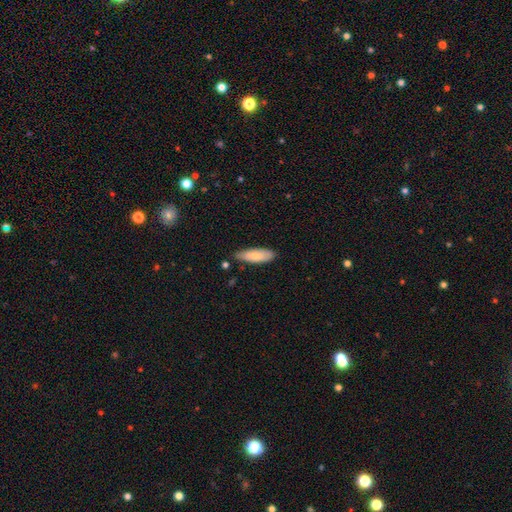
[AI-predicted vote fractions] A smooth galaxy with no disk features (80%) that is in between round and cigar-shaped (59%). Merging: none (73%).